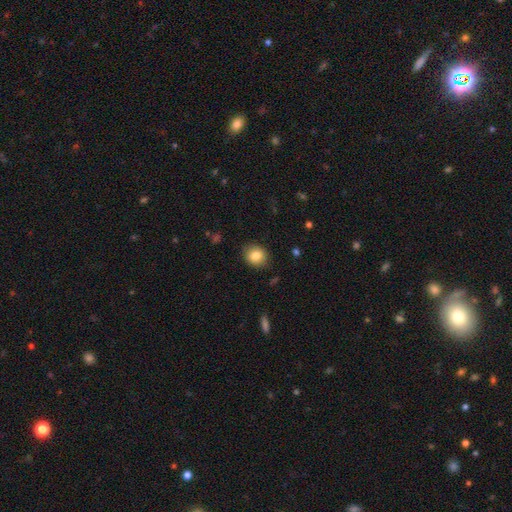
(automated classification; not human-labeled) Smooth or featured? smooth (83%)
How rounded? round (75%)
Merging? none (86%)